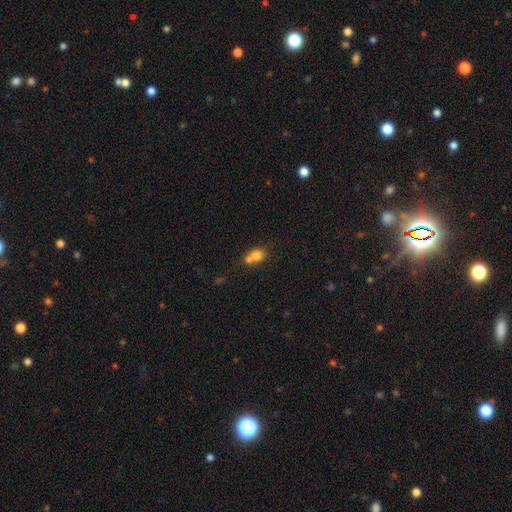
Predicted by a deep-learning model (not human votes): A smooth galaxy with no disk features (75%) that is round (65%).

Vote fractions:
- Smooth or featured? smooth: 75% / featured or disk: 14% / star or artifact: 11%
- How rounded? round: 65% / in between: 34% / cigar-shaped: 1%
- Merging? merger: 60% / none: 29% / minor disturbance: 7% / major disturbance: 3%